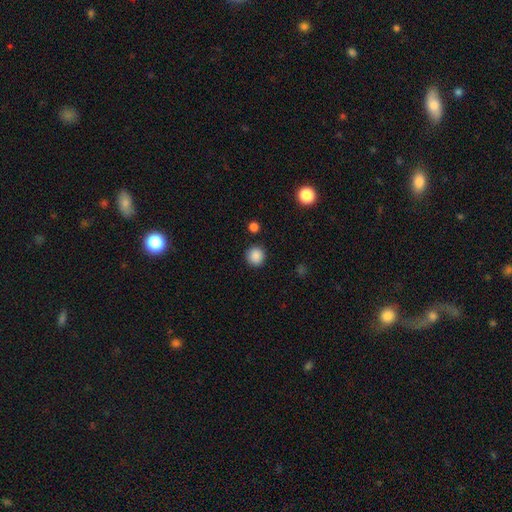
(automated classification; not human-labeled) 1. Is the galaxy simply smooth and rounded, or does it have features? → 87% smooth, 10% star or artifact, 3% featured or disk.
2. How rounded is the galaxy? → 94% round, 5% in between, 1% cigar-shaped.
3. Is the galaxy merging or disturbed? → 91% none, 6% minor disturbance, 2% major disturbance, 2% merger.